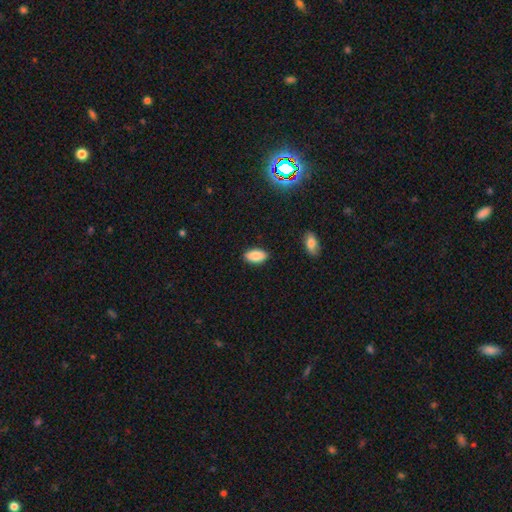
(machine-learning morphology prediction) A smooth galaxy with no disk features (86%) that is in between round and cigar-shaped (91%).

Vote fractions:
- Smooth or featured? smooth: 86% / star or artifact: 7% / featured or disk: 6%
- How rounded? in between: 91% / cigar-shaped: 6% / round: 3%
- Merging? none: 87% / minor disturbance: 10% / major disturbance: 2% / merger: 2%